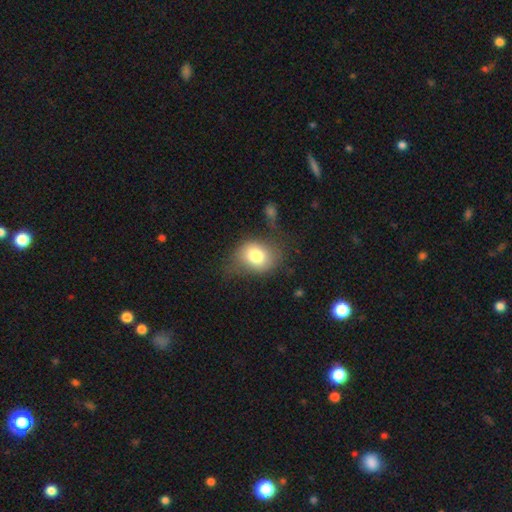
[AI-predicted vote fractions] smooth-or-featured: smooth: 77% | featured or disk: 14% | star or artifact: 9%
  how-rounded: in between: 52% | round: 47% | cigar-shaped: 1%
  merging: none: 56% | minor disturbance: 26% | major disturbance: 14% | merger: 4%